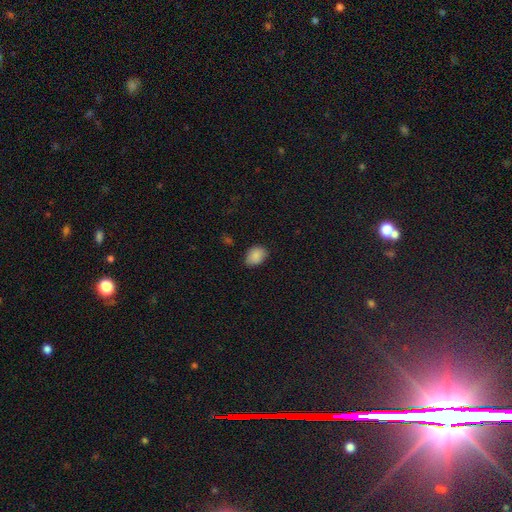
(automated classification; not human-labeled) Morphology: type=smooth (88%); roundness=in between (71%); merging=none (78%).